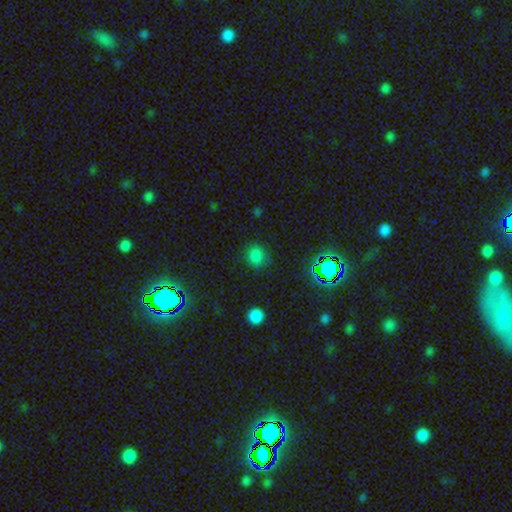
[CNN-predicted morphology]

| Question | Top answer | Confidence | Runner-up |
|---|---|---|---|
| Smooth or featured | smooth | 75% | star or artifact (21%) |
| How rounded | round | 86% | in between (13%) |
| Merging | none | 83% | minor disturbance (12%) |